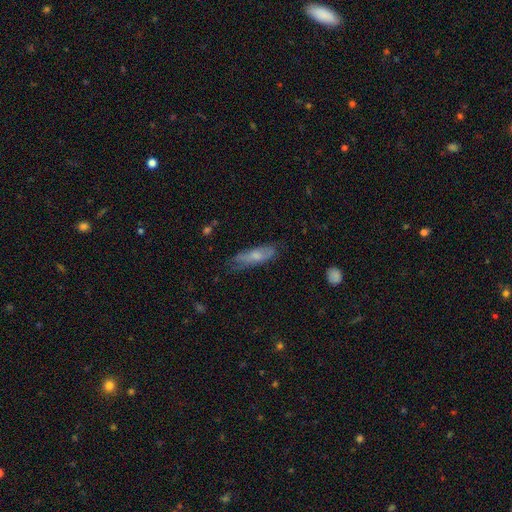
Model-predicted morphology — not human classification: This appears to be a smooth galaxy with no disk features (58%) that is cigar-shaped (52%). Merging: none (63%).